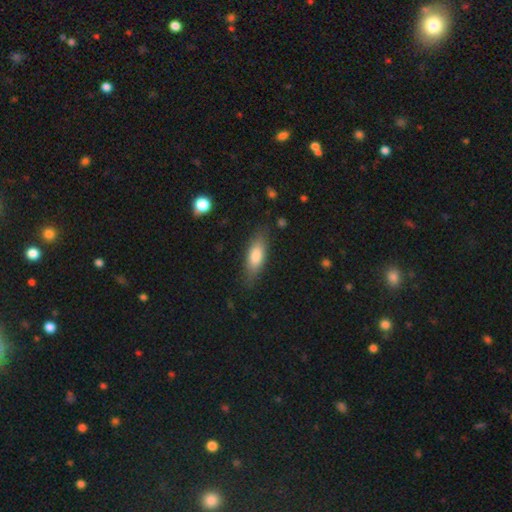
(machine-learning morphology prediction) Smooth or featured: smooth — 79% (featured or disk — 14%)
How rounded: in between — 65% (cigar-shaped — 33%)
Merging: none — 80% (minor disturbance — 15%)